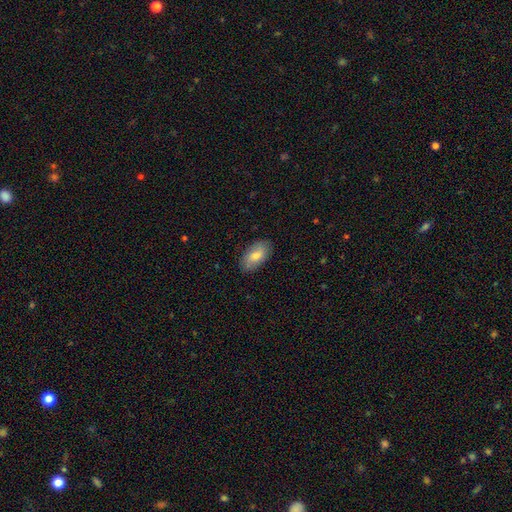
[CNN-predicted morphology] This is likely a smooth galaxy (74%). How rounded: clearly in between (93%). Merging: clearly none (85%).